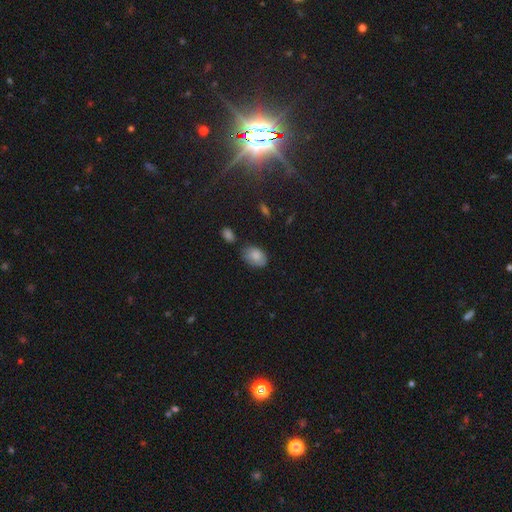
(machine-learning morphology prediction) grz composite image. It shows a smooth galaxy with no disk features (81%) that is in between round and cigar-shaped (88%). Merging: none (60%).